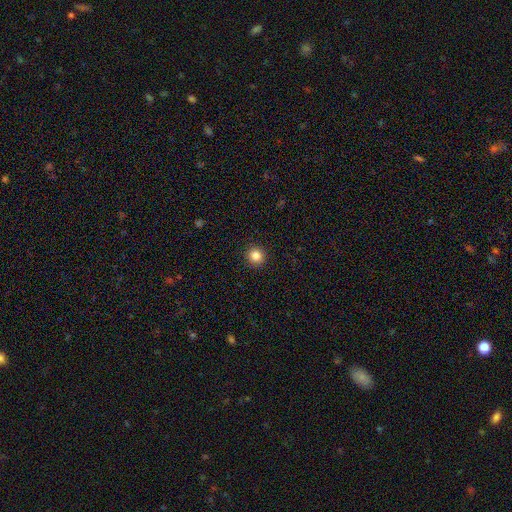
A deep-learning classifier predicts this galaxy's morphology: Smooth or featured?
  - smooth: 84% *
  - star or artifact: 11%
  - featured or disk: 5%
How rounded?
  - round: 95% *
  - in between: 4%
  - cigar-shaped: 1%
Merging?
  - none: 93% *
  - minor disturbance: 4%
  - major disturbance: 2%
  - merger: 1%